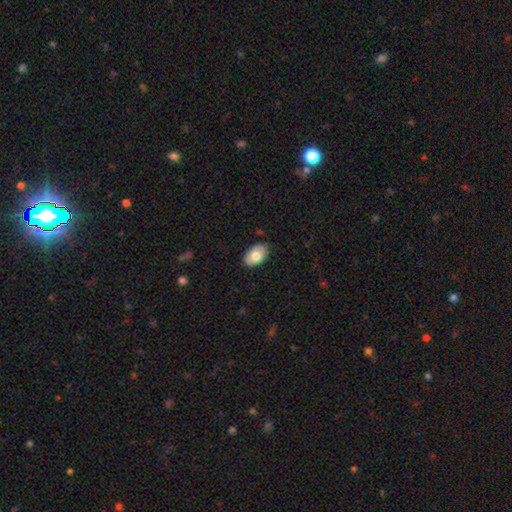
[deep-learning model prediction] Smooth or featured? smooth (73%)
How rounded? in between (92%)
Merging? none (85%)